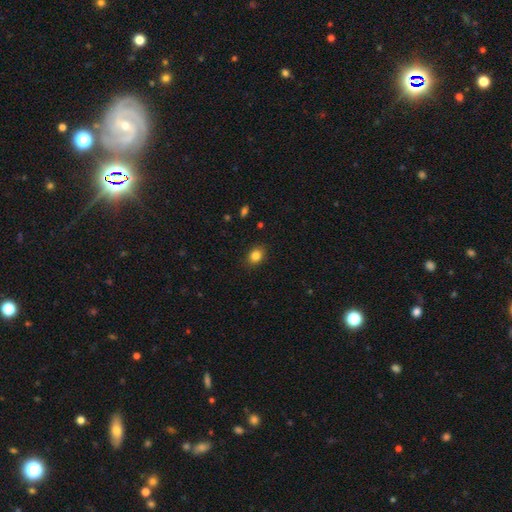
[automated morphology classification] The model was most divided on "how rounded": in between: 55%, round: 44%, cigar-shaped: 1%. More confident: merging — none (88%); smooth or featured — smooth (84%).